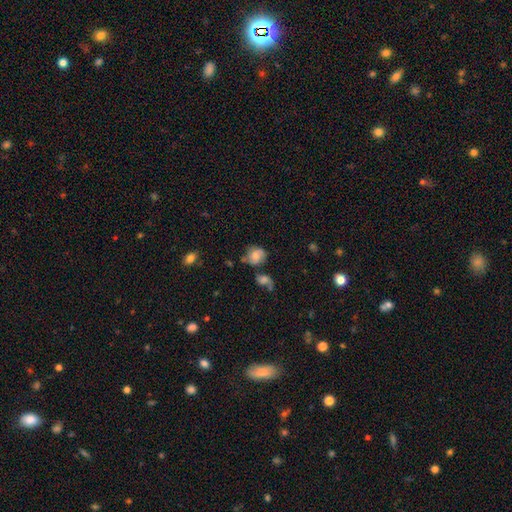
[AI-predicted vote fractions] smooth 54%, featured or disk 36%, star or artifact 10%. Down the decision tree: how rounded — round (63%); merging — none (50%).